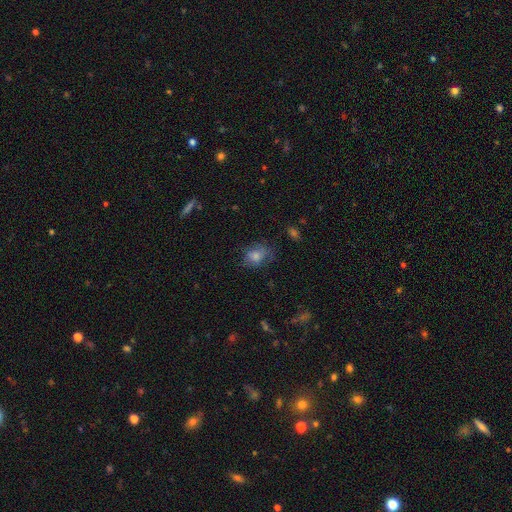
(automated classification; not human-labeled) Overall: smooth (72%). How rounded: in between (58%; round 40%). Merging: none (58%; minor disturbance 26%).